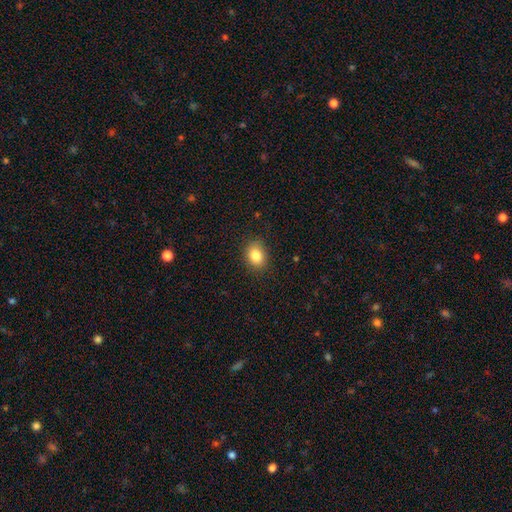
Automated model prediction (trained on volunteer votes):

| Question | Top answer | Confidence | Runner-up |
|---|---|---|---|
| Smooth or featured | smooth | 83% | star or artifact (10%) |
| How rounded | in between | 53% | round (46%) |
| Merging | none | 86% | minor disturbance (10%) |